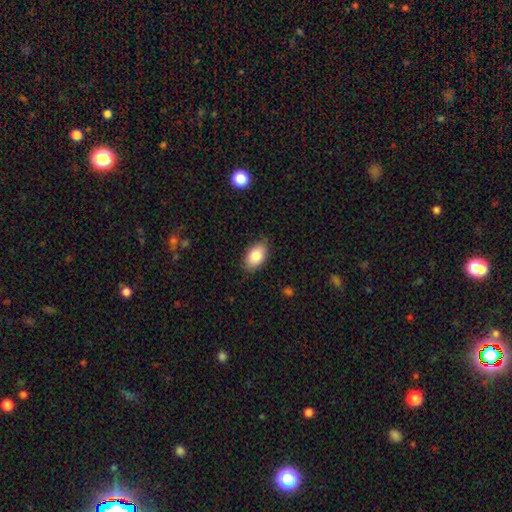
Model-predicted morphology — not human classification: smooth-or-featured: smooth: 84% | featured or disk: 9% | star or artifact: 7%
  how-rounded: in between: 92% | round: 6% | cigar-shaped: 2%
  merging: none: 85% | minor disturbance: 12% | major disturbance: 2% | merger: 1%